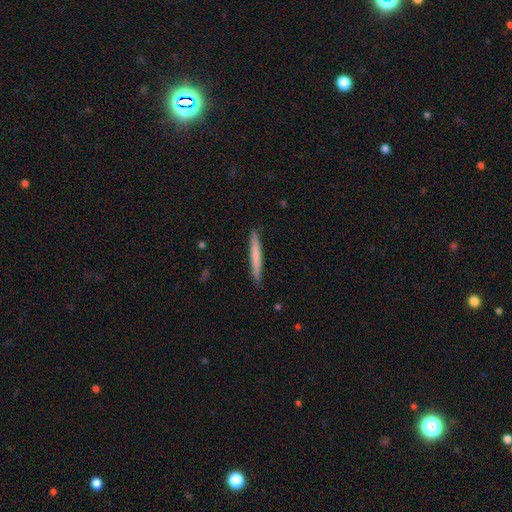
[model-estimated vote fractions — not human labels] A smooth galaxy with no disk features (66%) that is cigar-shaped (96%). Merging: none (90%).